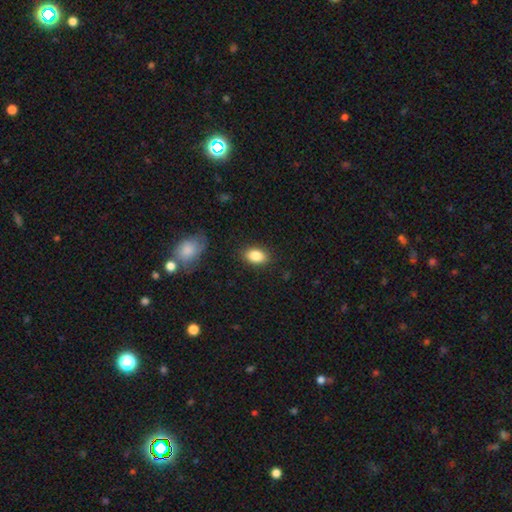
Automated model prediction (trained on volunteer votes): Q: Smooth or featured?
A: smooth (86%); runner-up: star or artifact (8%)
Q: How rounded?
A: in between (86%); runner-up: round (13%)
Q: Merging?
A: none (86%); runner-up: minor disturbance (10%)